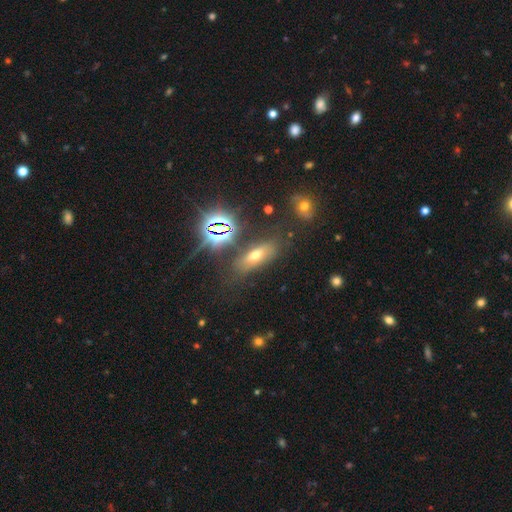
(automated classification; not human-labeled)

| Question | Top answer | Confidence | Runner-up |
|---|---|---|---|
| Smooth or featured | smooth | 50% | star or artifact (28%) |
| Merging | none | 72% | minor disturbance (15%) |